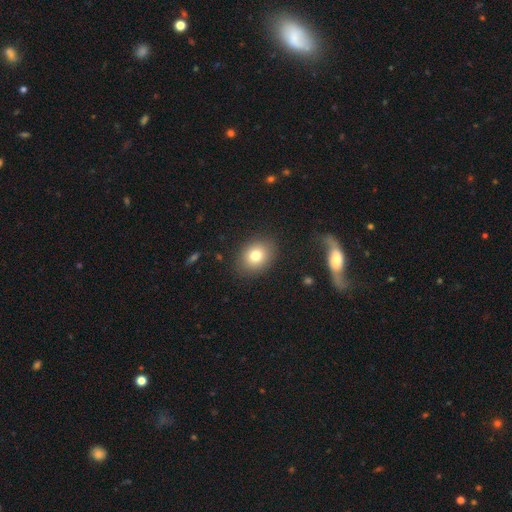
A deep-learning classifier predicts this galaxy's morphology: A smooth galaxy with no disk features (77%) that is round (54%). Merging: none (86%).